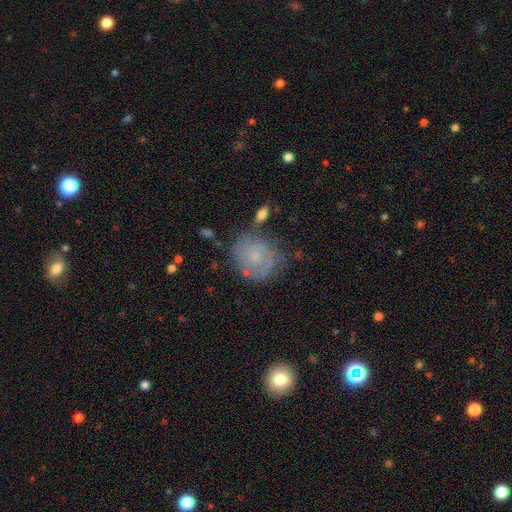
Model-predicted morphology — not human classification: Smooth or featured: featured or disk — 50% (smooth — 39%)
Edge-on disk: no — 97% (yes — 3%)
Merging: none — 61% (minor disturbance — 23%)